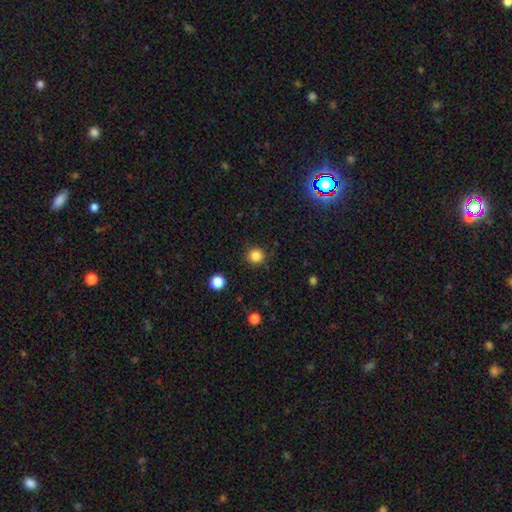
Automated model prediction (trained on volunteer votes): Overall: smooth (85%). How rounded: round (93%). Merging: none (90%).